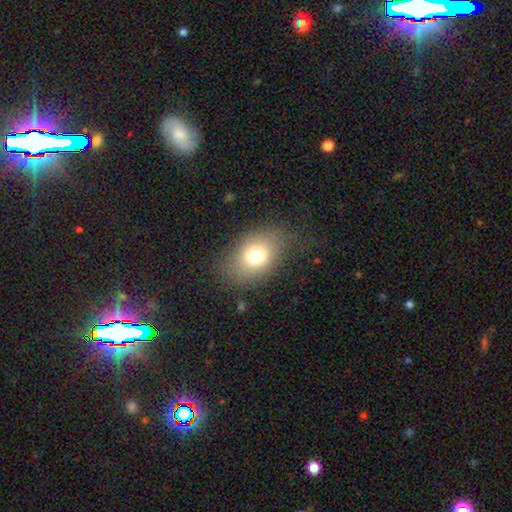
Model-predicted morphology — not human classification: Overall: smooth (73%). How rounded: in between (73%). Merging: none (73%).